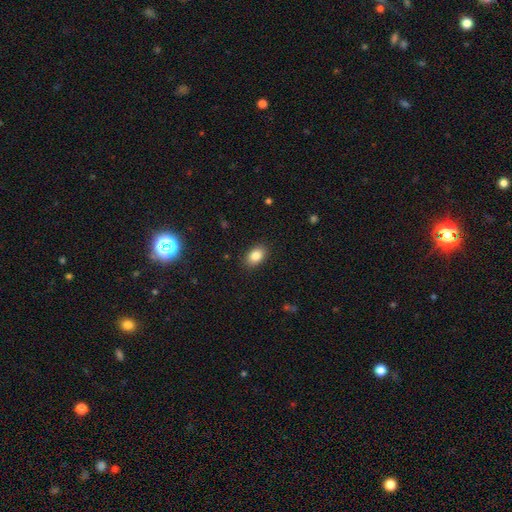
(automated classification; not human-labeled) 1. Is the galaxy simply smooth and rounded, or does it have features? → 85% smooth, 9% star or artifact, 7% featured or disk.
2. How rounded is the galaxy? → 87% in between, 12% round, 1% cigar-shaped.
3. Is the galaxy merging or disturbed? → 88% none, 9% minor disturbance, 2% major disturbance, 1% merger.